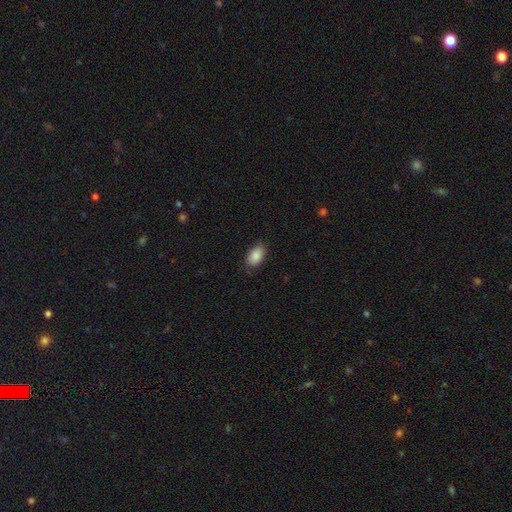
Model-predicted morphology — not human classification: Smooth or featured? smooth (88%)
How rounded? in between (92%)
Merging? none (79%)